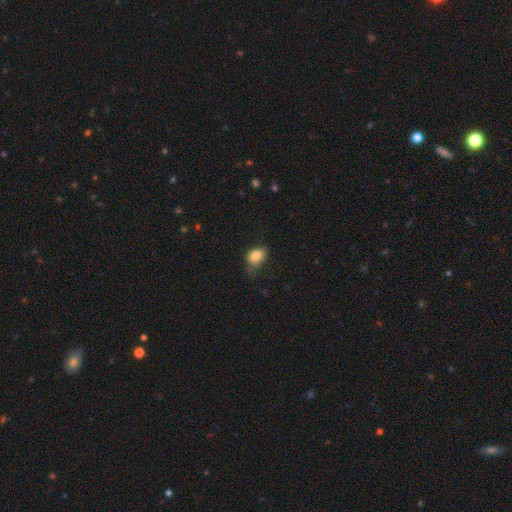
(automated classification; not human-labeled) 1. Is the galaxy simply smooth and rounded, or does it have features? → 83% smooth, 9% star or artifact, 8% featured or disk.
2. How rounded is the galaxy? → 76% in between, 23% round, 1% cigar-shaped.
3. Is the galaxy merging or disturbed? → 50% none, 35% minor disturbance, 13% major disturbance, 2% merger.